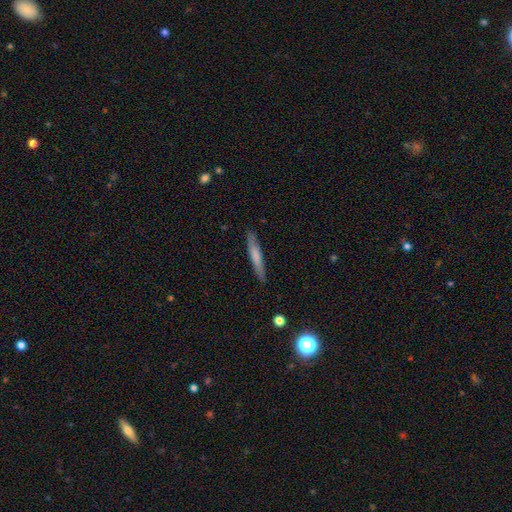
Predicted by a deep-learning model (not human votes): smooth_or_featured: smooth (p=0.65) [alt: featured or disk p=0.29]
how_rounded: cigar-shaped (p=0.94) [alt: in between p=0.05]
merging: none (p=0.88) [alt: minor disturbance p=0.09]